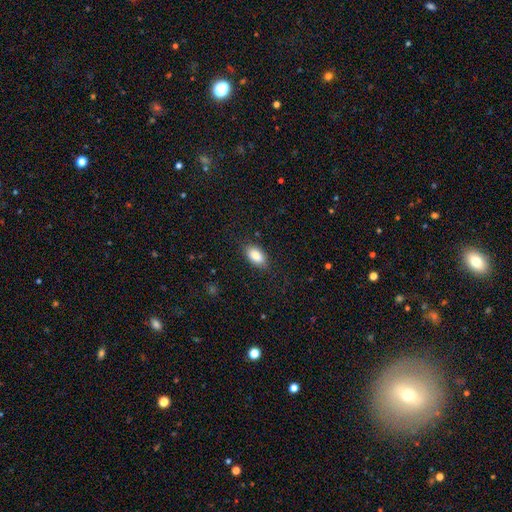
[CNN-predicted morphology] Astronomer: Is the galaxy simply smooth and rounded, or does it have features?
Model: smooth — 86%.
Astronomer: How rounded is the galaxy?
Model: in between — 92%.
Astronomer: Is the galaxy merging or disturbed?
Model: none — 85%.